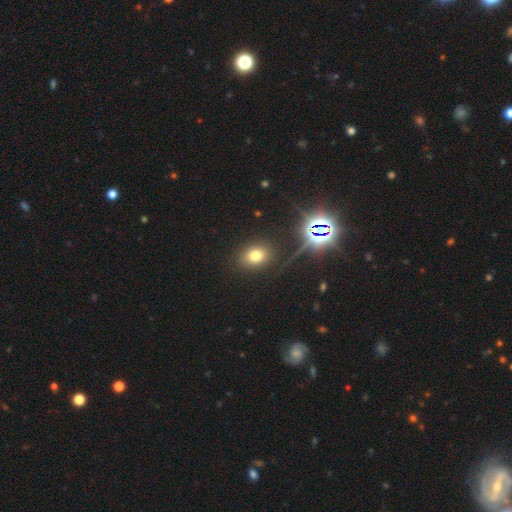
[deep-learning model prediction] A smooth galaxy with no disk features (69%) that is in between round and cigar-shaped (58%).

Vote fractions:
- Smooth or featured? smooth: 69% / star or artifact: 22% / featured or disk: 9%
- How rounded? in between: 58% / round: 41% / cigar-shaped: 1%
- Merging? none: 86% / minor disturbance: 9% / major disturbance: 4% / merger: 2%